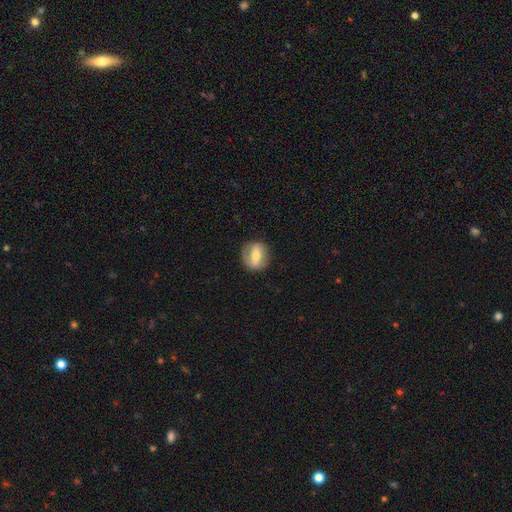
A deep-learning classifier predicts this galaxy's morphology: type=smooth (48%); merging=none (80%).